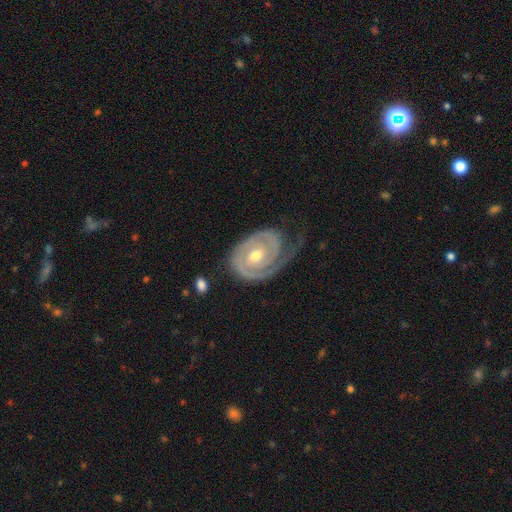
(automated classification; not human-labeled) This appears to be a featured or disk galaxy (90%) with no bar (59%), 2 (45%) tight (76%) spiral arms (97%) and a moderate central bulge (63%). Merging: none (61%).